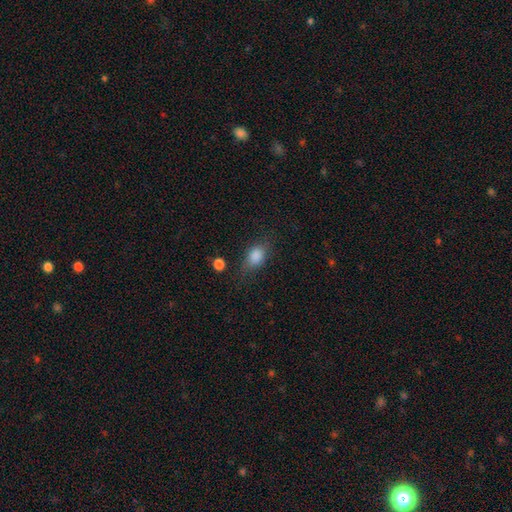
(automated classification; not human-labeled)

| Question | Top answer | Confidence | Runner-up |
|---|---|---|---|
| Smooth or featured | smooth | 83% | star or artifact (10%) |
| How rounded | in between | 74% | round (23%) |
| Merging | none | 61% | minor disturbance (25%) |